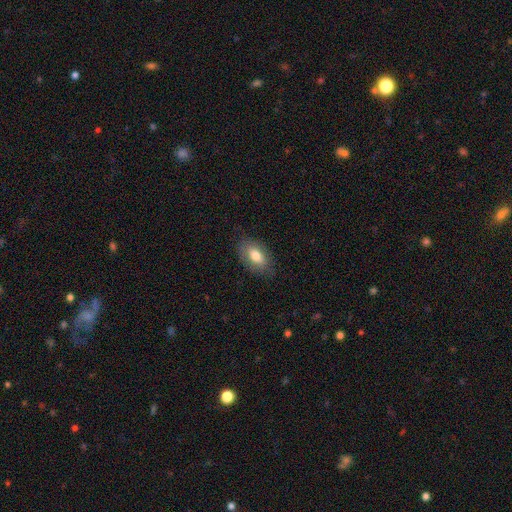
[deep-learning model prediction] smooth_or_featured: smooth (p=0.77) [alt: featured or disk p=0.16]
how_rounded: in between (p=0.90) [alt: round p=0.06]
merging: none (p=0.82) [alt: minor disturbance p=0.14]